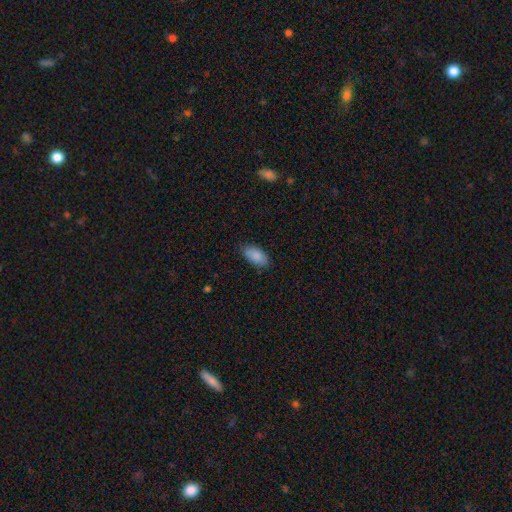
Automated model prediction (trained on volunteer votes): smooth-or-featured: smooth: 88% | star or artifact: 6% | featured or disk: 5%
  how-rounded: in between: 94% | cigar-shaped: 4% | round: 2%
  merging: none: 84% | minor disturbance: 13% | major disturbance: 3% | merger: 1%